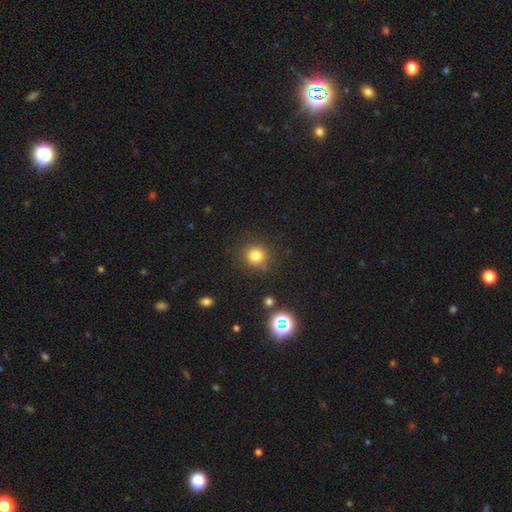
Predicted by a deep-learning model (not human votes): Overall: smooth (80%). How rounded: round (90%). Merging: none (82%).